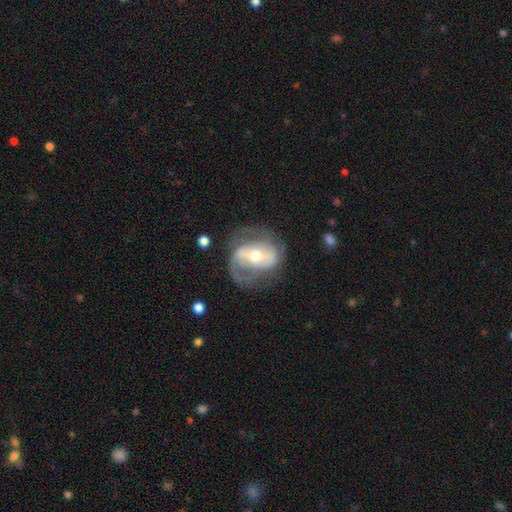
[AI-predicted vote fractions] A featured or disk galaxy (80%) with a weak bar (37%), 2 (78%) medium (47%) spiral arms (86%) and a moderate central bulge (65%). Merging: none (62%).